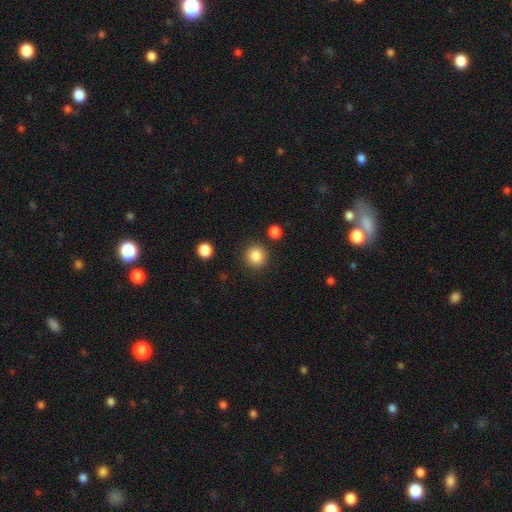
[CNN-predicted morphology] This is clearly a smooth galaxy (86%). How rounded: clearly round (94%). Merging: clearly none (89%).